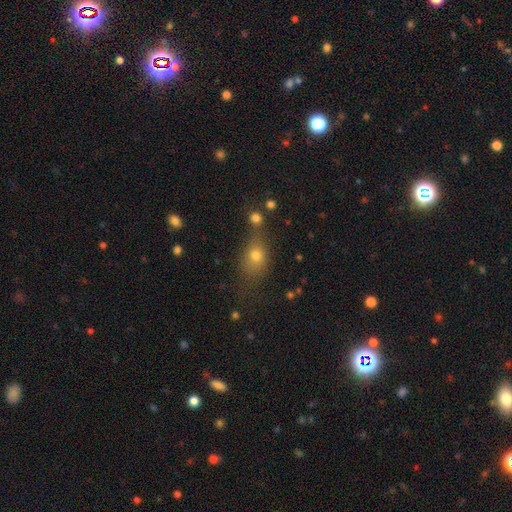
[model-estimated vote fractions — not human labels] smooth 72%, star or artifact 16%, featured or disk 12%. Down the decision tree: how rounded — in between (58%); merging — none (53%).